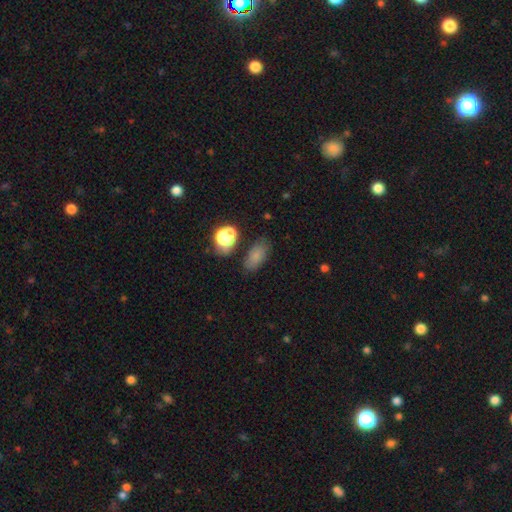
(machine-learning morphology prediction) Smooth or featured?
  - smooth: 75% *
  - star or artifact: 14%
  - featured or disk: 11%
How rounded?
  - in between: 86% *
  - round: 10%
  - cigar-shaped: 4%
Merging?
  - none: 68% *
  - minor disturbance: 20%
  - major disturbance: 6%
  - merger: 5%